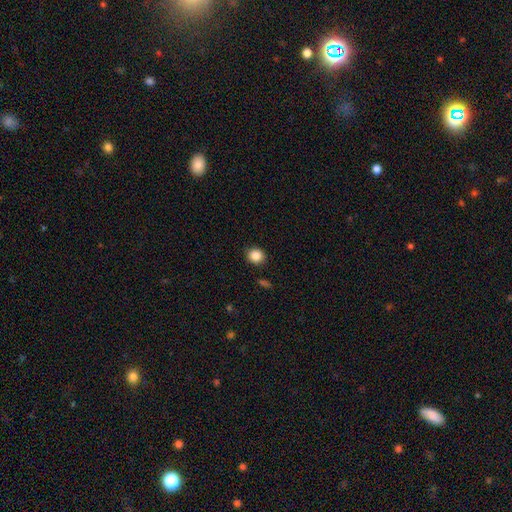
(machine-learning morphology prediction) The model was most divided on "how rounded": round: 81%, in between: 18%, cigar-shaped: 1%. More confident: merging — none (89%); smooth or featured — smooth (87%).